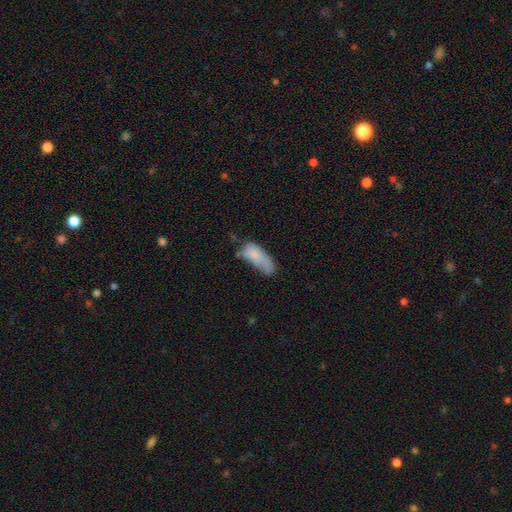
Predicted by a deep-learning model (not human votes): Morphology: type=smooth (74%); roundness=in between (78%); merging=minor disturbance (33%).